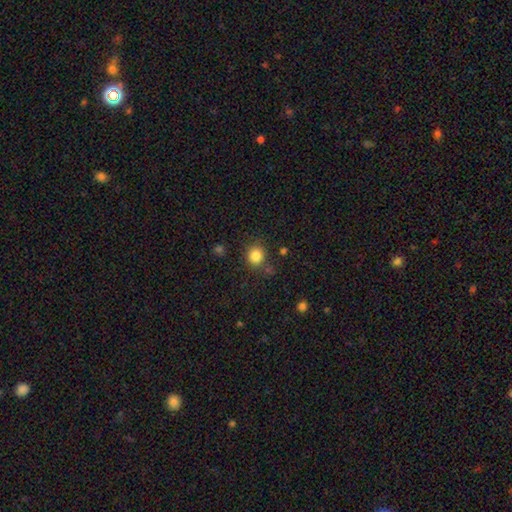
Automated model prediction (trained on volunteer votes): This is clearly a smooth galaxy (84%). How rounded: clearly round (87%). Merging: clearly none (81%).